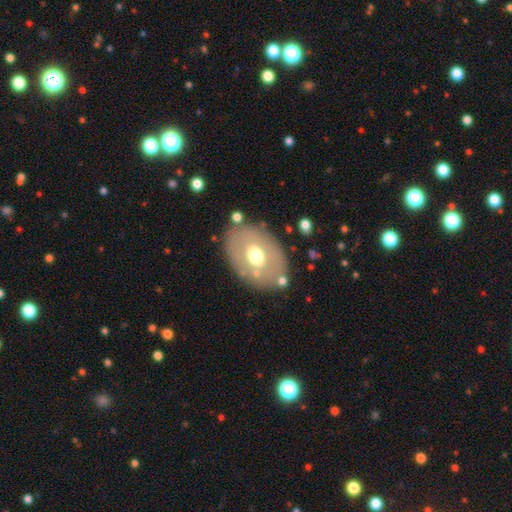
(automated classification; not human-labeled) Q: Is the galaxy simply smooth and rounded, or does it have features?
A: smooth — 53%.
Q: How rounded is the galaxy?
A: in between — 78%.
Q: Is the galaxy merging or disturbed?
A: none — 78%.